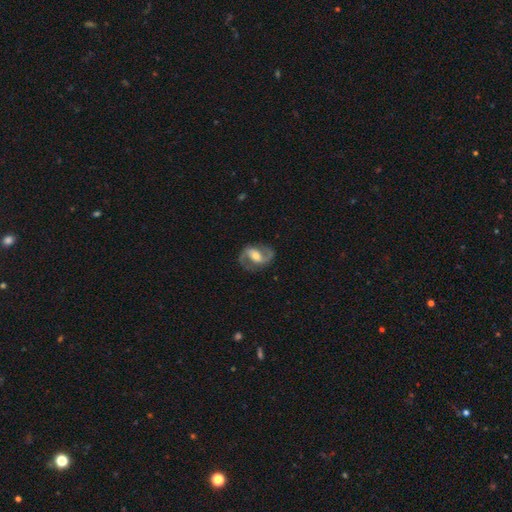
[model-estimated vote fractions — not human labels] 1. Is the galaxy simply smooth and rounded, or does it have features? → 86% featured or disk, 8% smooth, 5% star or artifact.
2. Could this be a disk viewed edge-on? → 97% no, 3% yes.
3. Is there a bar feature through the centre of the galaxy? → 42% weak, 33% strong, 25% no.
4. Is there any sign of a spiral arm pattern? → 95% yes, 5% no.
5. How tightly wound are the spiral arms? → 56% medium, 28% loose, 16% tight.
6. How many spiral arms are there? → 93% 2, 2% can't tell, 2% 1, 1% 3, 1% 4, 1% more than 4.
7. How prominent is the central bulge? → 64% moderate, 24% small, 9% large, 2% none, 1% dominant.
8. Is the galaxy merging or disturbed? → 81% none, 12% minor disturbance, 5% major disturbance, 1% merger.